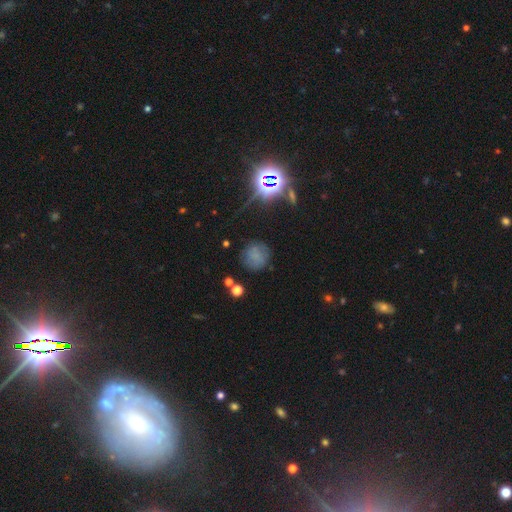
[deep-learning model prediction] Morphology: type=smooth (67%); roundness=round (89%); merging=none (76%).